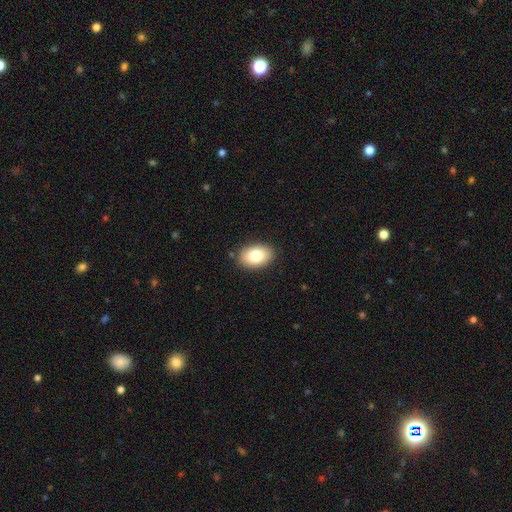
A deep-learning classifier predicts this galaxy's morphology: type=smooth (80%); roundness=in between (87%); merging=none (87%).